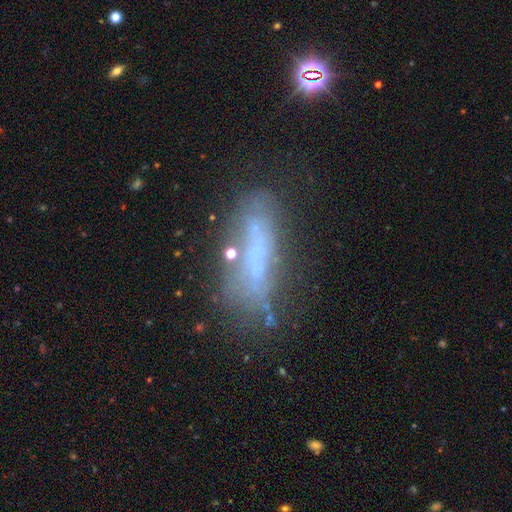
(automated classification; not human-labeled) Q: Smooth or featured?
A: smooth (49%); runner-up: featured or disk (37%)
Q: Merging?
A: none (55%); runner-up: minor disturbance (23%)